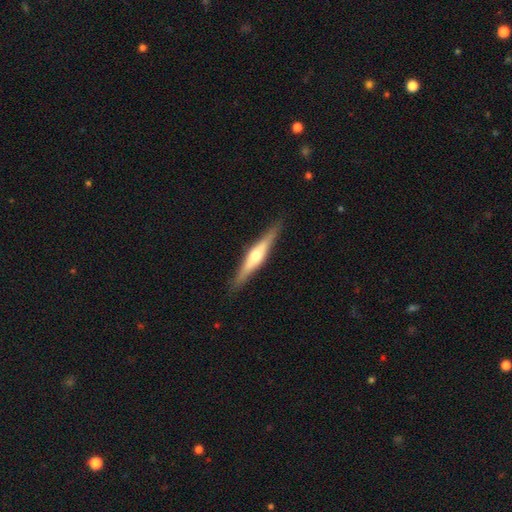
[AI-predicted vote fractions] Smooth or featured?
  - featured or disk: 69% *
  - smooth: 26%
  - star or artifact: 5%
Edge-on disk?
  - yes: 97% *
  - no: 3%
Edge-on bulge?
  - rounded: 88% *
  - boxy: 8%
  - none: 4%
Merging?
  - none: 89% *
  - minor disturbance: 8%
  - major disturbance: 2%
  - merger: 1%